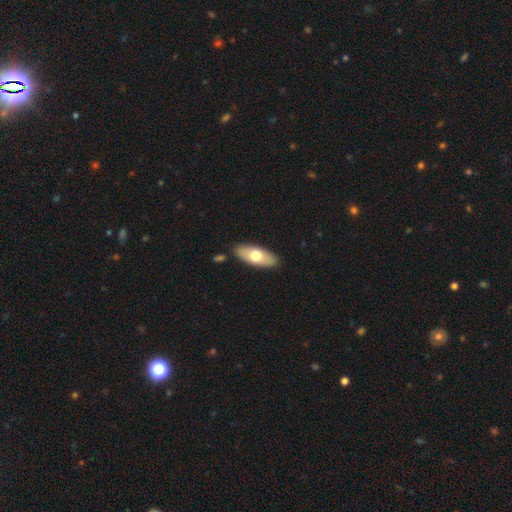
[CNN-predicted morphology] A smooth galaxy with no disk features (65%) that is in between round and cigar-shaped (81%).

Vote fractions:
- Smooth or featured? smooth: 65% / featured or disk: 30% / star or artifact: 5%
- How rounded? in between: 81% / cigar-shaped: 16% / round: 2%
- Merging? none: 87% / minor disturbance: 9% / merger: 3% / major disturbance: 2%